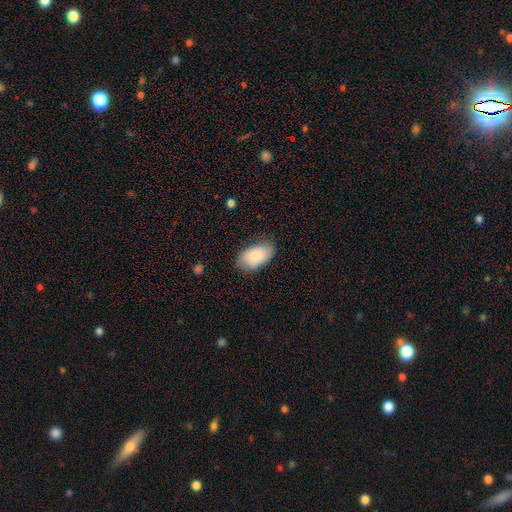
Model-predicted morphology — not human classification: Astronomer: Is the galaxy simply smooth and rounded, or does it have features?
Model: smooth — 80%.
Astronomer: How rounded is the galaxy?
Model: in between — 94%.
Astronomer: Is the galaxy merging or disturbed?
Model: none — 76%.